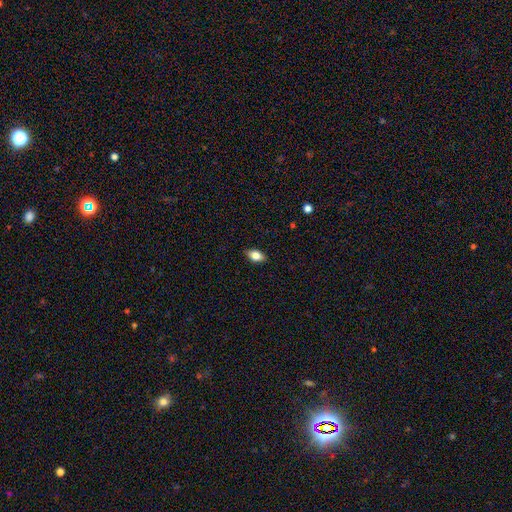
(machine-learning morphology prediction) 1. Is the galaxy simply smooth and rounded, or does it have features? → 75% smooth, 17% featured or disk, 8% star or artifact.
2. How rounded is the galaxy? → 87% in between, 7% cigar-shaped, 7% round.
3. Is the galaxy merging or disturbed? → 87% none, 10% minor disturbance, 2% major disturbance, 1% merger.